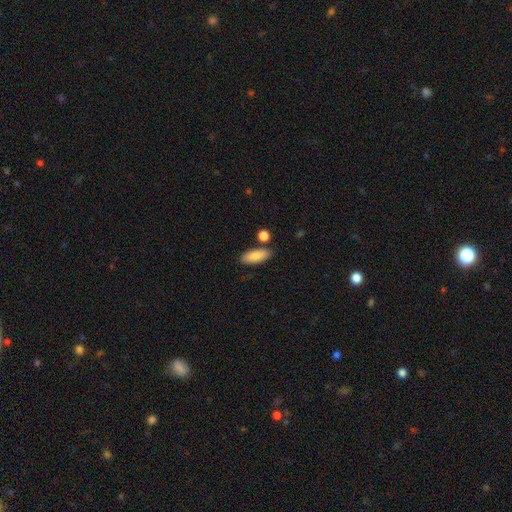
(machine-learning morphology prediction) This is clearly a smooth galaxy (84%). How rounded: clearly in between (82%). Merging: likely none (79%).